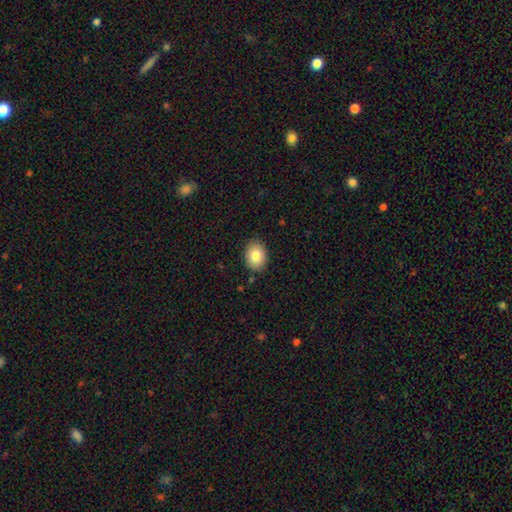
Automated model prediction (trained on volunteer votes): A smooth galaxy with no disk features (83%) that is in between round and cigar-shaped (65%). Merging: none (87%).